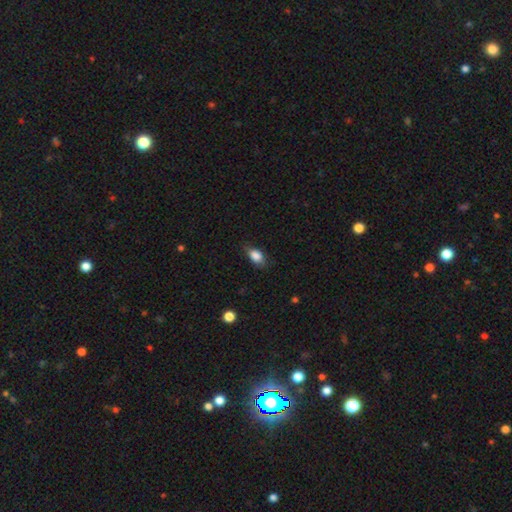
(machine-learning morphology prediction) Overall: smooth (84%). How rounded: in between (84%). Merging: none (69%).